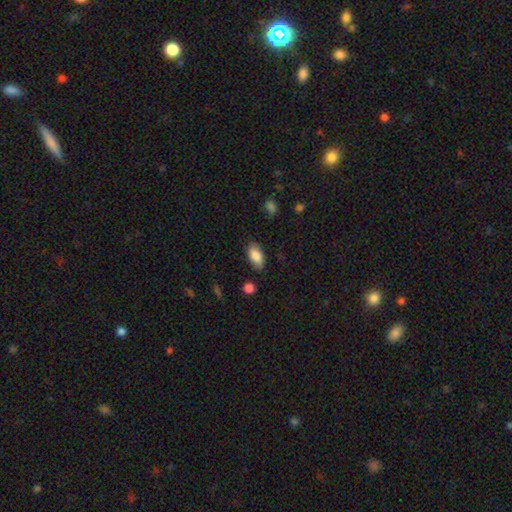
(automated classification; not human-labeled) Overall: smooth (87%). How rounded: in between (93%). Merging: none (82%).